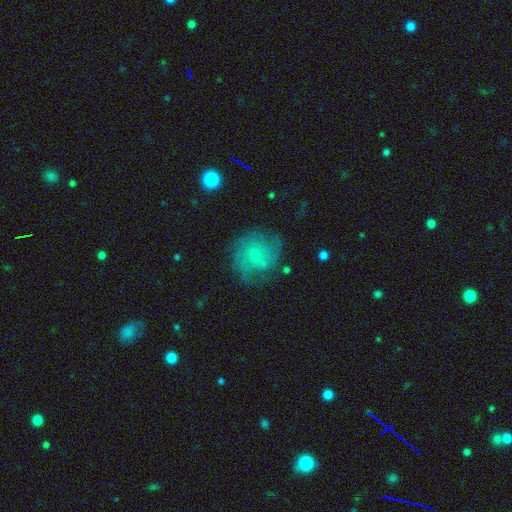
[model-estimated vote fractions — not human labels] smooth-or-featured: featured or disk: 59% | smooth: 31% | star or artifact: 10%
  disk-edge-on: no: 97% | yes: 3%
    bar: no: 72% | weak: 24% | strong: 4%
    has-spiral-arms: yes: 80% | no: 20%
    bulge-size: small: 70% | moderate: 24% | none: 3% | large: 1% | dominant: 1%
  merging: none: 62% | minor disturbance: 21% | major disturbance: 12% | merger: 4%